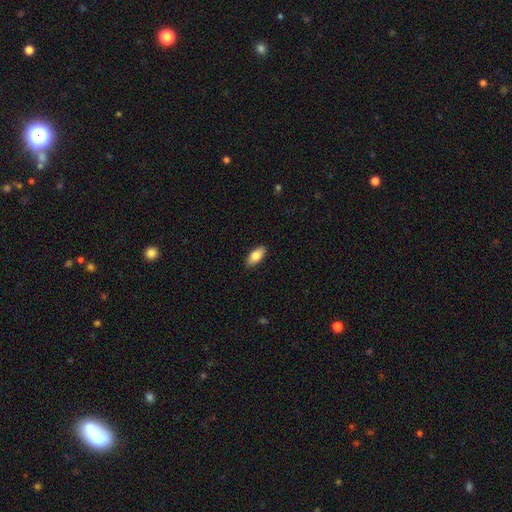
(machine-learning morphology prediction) A smooth galaxy with no disk features (78%) that is in between round and cigar-shaped (86%).

Vote fractions:
- Smooth or featured? smooth: 78% / featured or disk: 15% / star or artifact: 6%
- How rounded? in between: 86% / cigar-shaped: 11% / round: 3%
- Merging? none: 89% / minor disturbance: 9% / major disturbance: 2% / merger: 1%